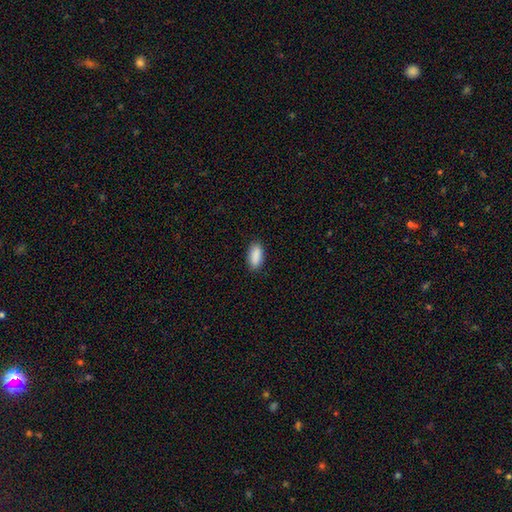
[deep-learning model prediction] Smooth or featured?
  - smooth: 90% *
  - star or artifact: 6%
  - featured or disk: 3%
How rounded?
  - in between: 88% *
  - cigar-shaped: 10%
  - round: 2%
Merging?
  - none: 88% *
  - minor disturbance: 9%
  - major disturbance: 2%
  - merger: 1%